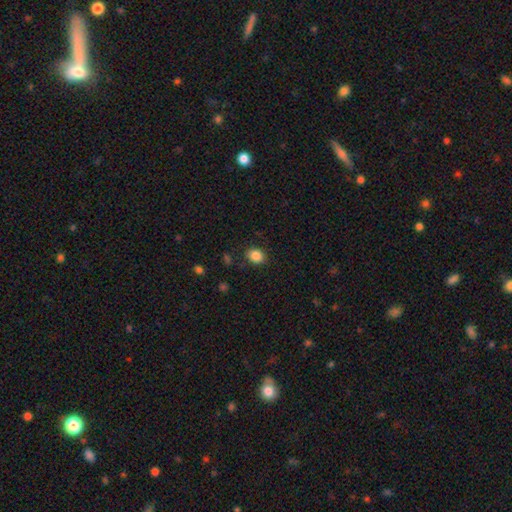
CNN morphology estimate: This is clearly a smooth galaxy (86%). How rounded: possibly round (51%). Merging: clearly none (85%).